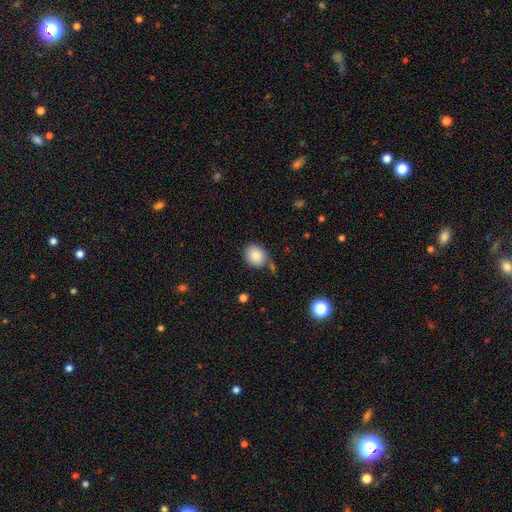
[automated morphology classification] type=smooth (87%); roundness=round (64%); merging=none (67%).